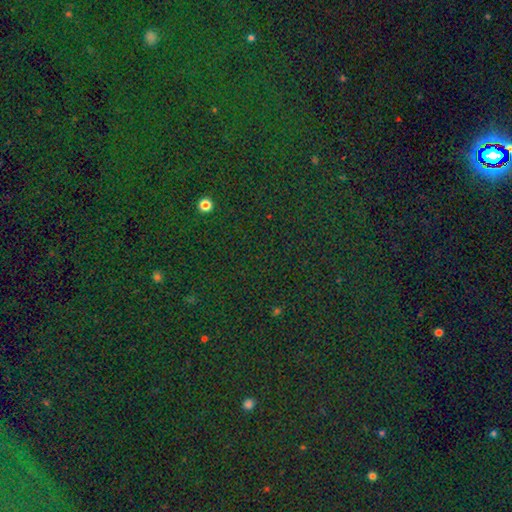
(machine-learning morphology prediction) Smooth or featured: star or artifact — 77% (smooth — 14%)